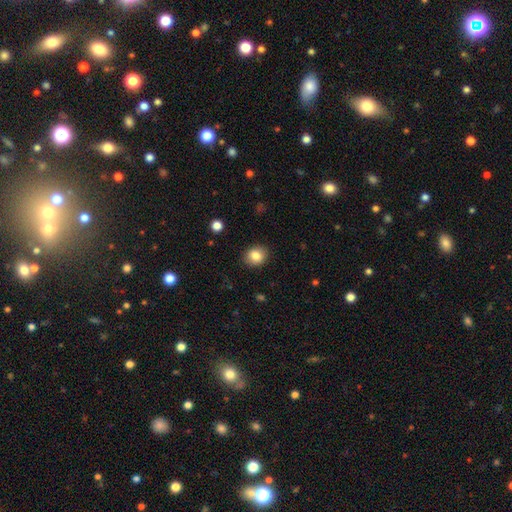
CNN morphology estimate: Q: Smooth or featured?
A: smooth (84%); runner-up: star or artifact (9%)
Q: How rounded?
A: round (64%); runner-up: in between (35%)
Q: Merging?
A: none (88%); runner-up: minor disturbance (8%)